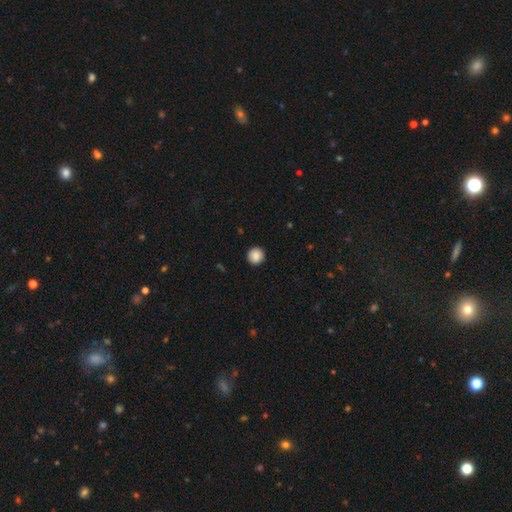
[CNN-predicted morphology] This appears to be a smooth galaxy with no disk features (88%) that is round (95%). Merging: none (92%).